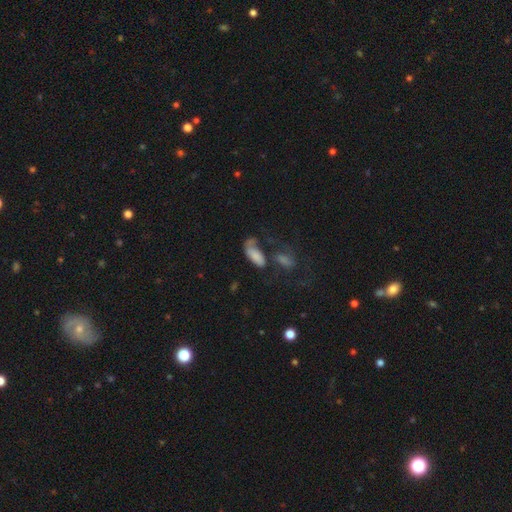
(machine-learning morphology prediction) smooth-or-featured: smooth: 70% | featured or disk: 19% | star or artifact: 11%
  how-rounded: in between: 80% | cigar-shaped: 17% | round: 4%
  merging: major disturbance: 30% | none: 27% | merger: 25% | minor disturbance: 17%